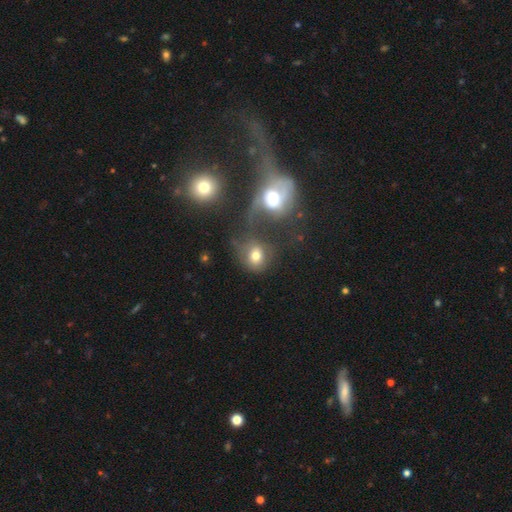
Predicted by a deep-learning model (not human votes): Q: Smooth or featured?
A: smooth (67%); runner-up: featured or disk (21%)
Q: How rounded?
A: round (64%); runner-up: in between (35%)
Q: Merging?
A: none (39%); runner-up: merger (29%)